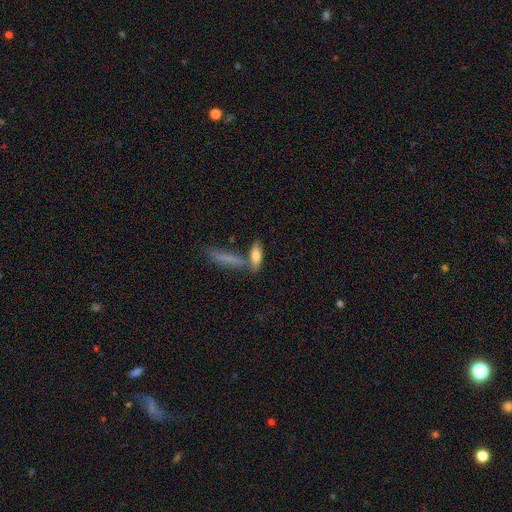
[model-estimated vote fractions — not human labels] Morphology: type=smooth (72%); roundness=in between (52%); merging=none (54%).